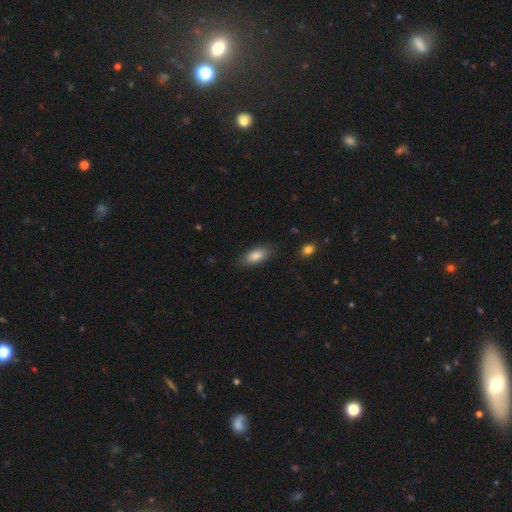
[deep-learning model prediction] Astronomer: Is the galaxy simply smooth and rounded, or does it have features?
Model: smooth — 85%.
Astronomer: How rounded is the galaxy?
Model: in between — 83%.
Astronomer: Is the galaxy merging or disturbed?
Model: none — 84%.